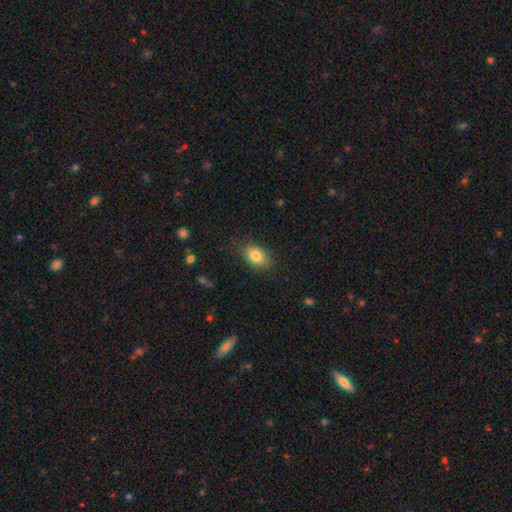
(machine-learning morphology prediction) The model was most divided on "merging": none: 81%, minor disturbance: 14%, major disturbance: 4%, merger: 1%. More confident: how rounded — in between (86%); smooth or featured — smooth (82%).